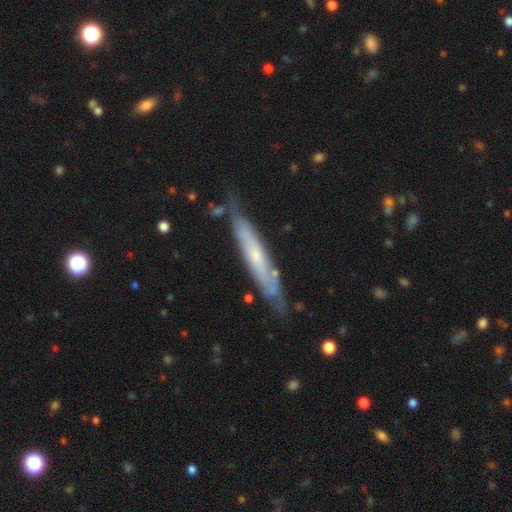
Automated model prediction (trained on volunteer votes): Smooth or featured?
  - featured or disk: 63% *
  - smooth: 32%
  - star or artifact: 6%
Edge-on disk?
  - yes: 66% *
  - no: 34%
Merging?
  - none: 70% *
  - minor disturbance: 23%
  - major disturbance: 5%
  - merger: 3%